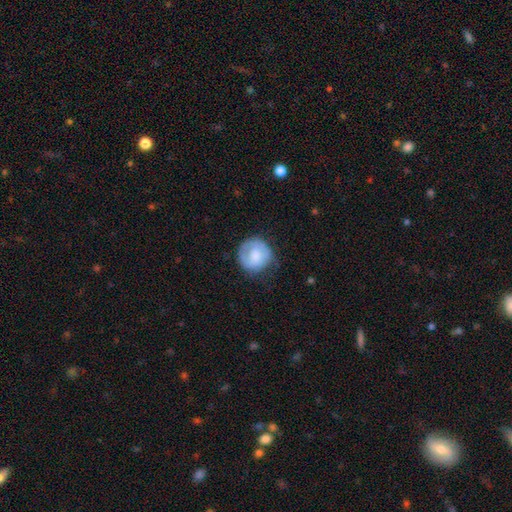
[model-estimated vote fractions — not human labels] Smooth or featured? smooth (59%)
How rounded? round (90%)
Merging? none (65%)